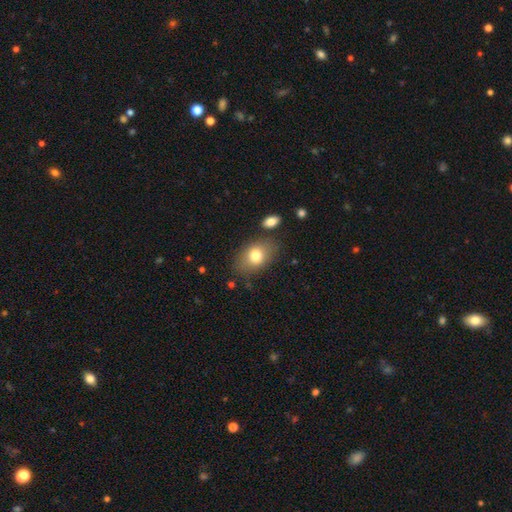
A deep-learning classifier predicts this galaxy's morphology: Overall: smooth (78%). How rounded: in between (79%). Merging: none (76%).